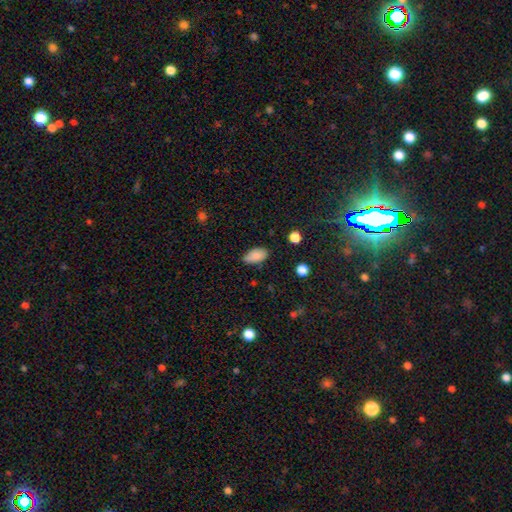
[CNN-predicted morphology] A smooth galaxy with no disk features (86%) that is in between round and cigar-shaped (93%). Merging: none (79%).